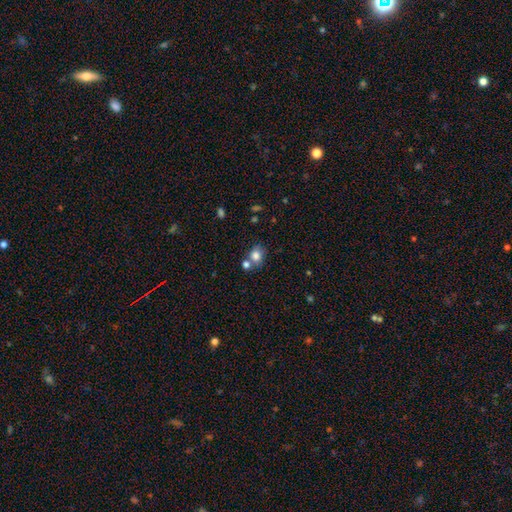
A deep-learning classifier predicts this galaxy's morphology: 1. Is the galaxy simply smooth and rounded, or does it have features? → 81% smooth, 10% star or artifact, 9% featured or disk.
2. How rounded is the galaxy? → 58% round, 41% in between, 1% cigar-shaped.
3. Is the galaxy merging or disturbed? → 58% none, 26% merger, 13% minor disturbance, 4% major disturbance.